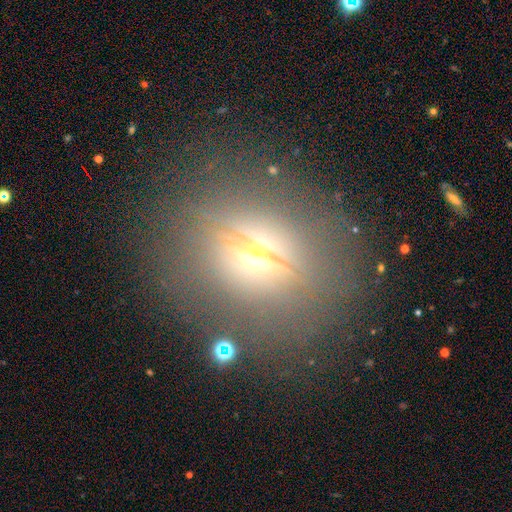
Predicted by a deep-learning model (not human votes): Q: Smooth or featured?
A: featured or disk (44%); runner-up: smooth (32%)
Q: Merging?
A: none (77%); runner-up: minor disturbance (12%)